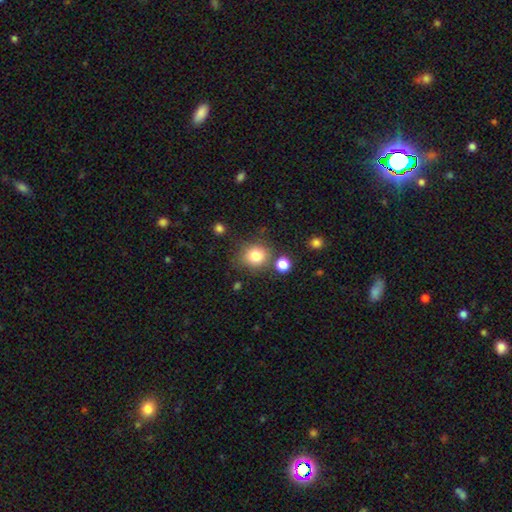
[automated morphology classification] Smooth or featured? Predicted: smooth (p=0.81). How rounded? Predicted: round (p=0.84). Merging? Predicted: none (p=0.75).